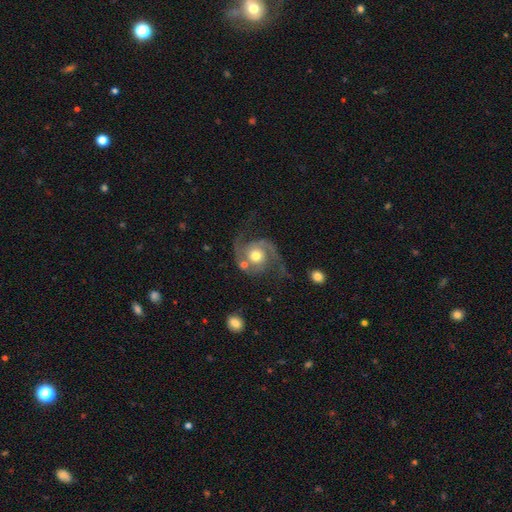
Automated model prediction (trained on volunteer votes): Smooth or featured? Predicted: featured or disk (p=0.89). Edge-on disk? Predicted: no (p=0.98). Bar? Predicted: no (p=0.76). Spiral arms? Predicted: yes (p=0.98). Spiral winding? Predicted: medium (p=0.53). Spiral arm count? Predicted: 2 (p=0.93). Bulge size? Predicted: moderate (p=0.72). Merging? Predicted: none (p=0.68).